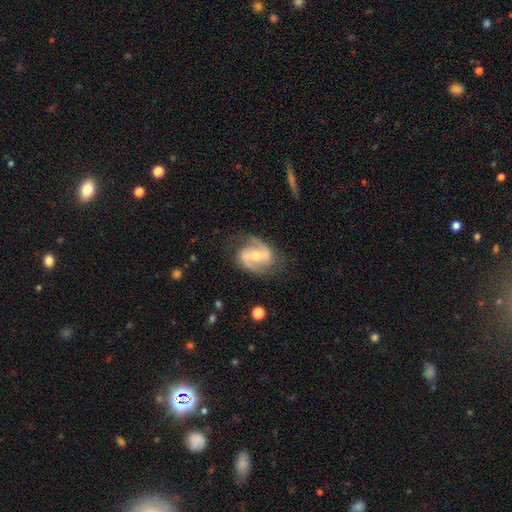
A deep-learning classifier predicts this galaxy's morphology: Overall: featured or disk (88%). Edge-on disk: no (97%). Bar: weak (41%; strong 33%). Spiral arms: yes (96%). Spiral arm count: 2 (91%). Spiral winding: medium (53%; loose 25%). Bulge size: moderate (56%; small 40%). Merging: none (75%).